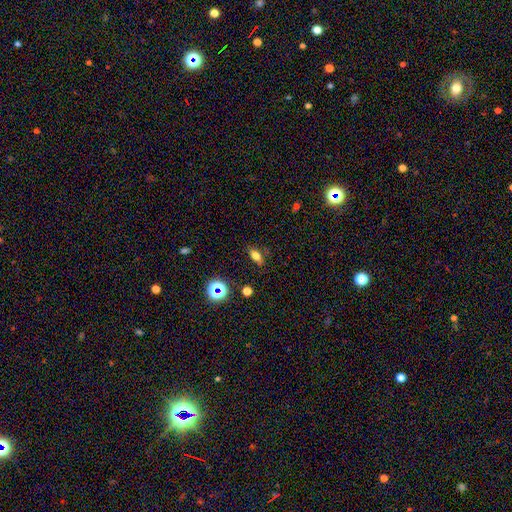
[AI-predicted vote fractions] Q: Smooth or featured?
A: smooth (70%); runner-up: star or artifact (17%)
Q: How rounded?
A: in between (75%); runner-up: cigar-shaped (13%)
Q: Merging?
A: none (83%); runner-up: minor disturbance (12%)